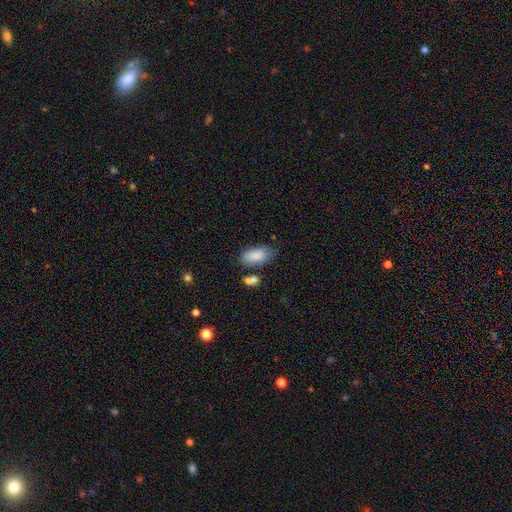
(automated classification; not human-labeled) smooth-or-featured: smooth: 87% | star or artifact: 7% | featured or disk: 7%
  how-rounded: in between: 93% | cigar-shaped: 4% | round: 3%
  merging: none: 61% | minor disturbance: 21% | merger: 11% | major disturbance: 6%